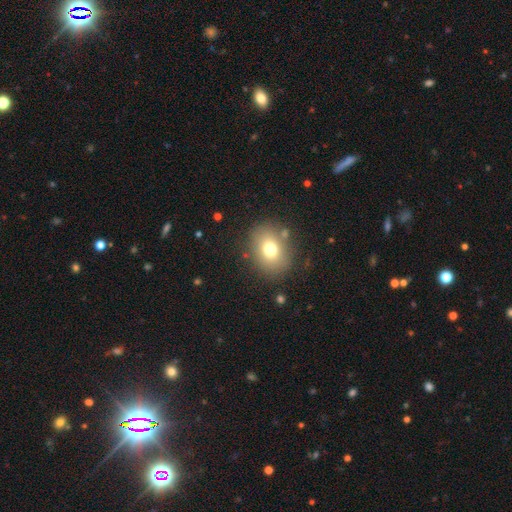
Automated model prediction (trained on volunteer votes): This appears to be a smooth galaxy with no disk features (52%) that is round (66%). Merging: none (87%).